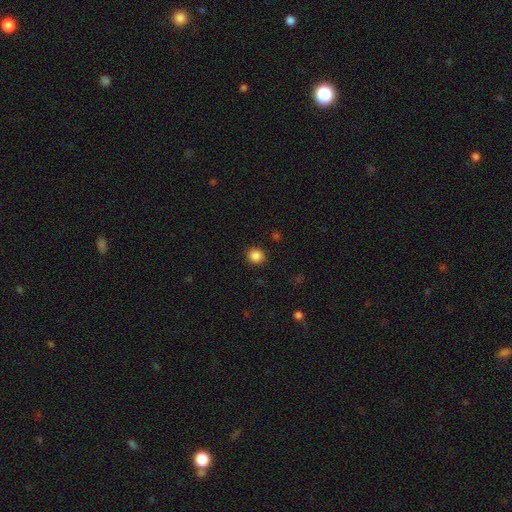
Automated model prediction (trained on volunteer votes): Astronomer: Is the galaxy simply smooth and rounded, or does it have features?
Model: smooth — 87%.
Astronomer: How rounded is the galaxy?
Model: round — 90%.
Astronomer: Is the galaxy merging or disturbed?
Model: none — 92%.